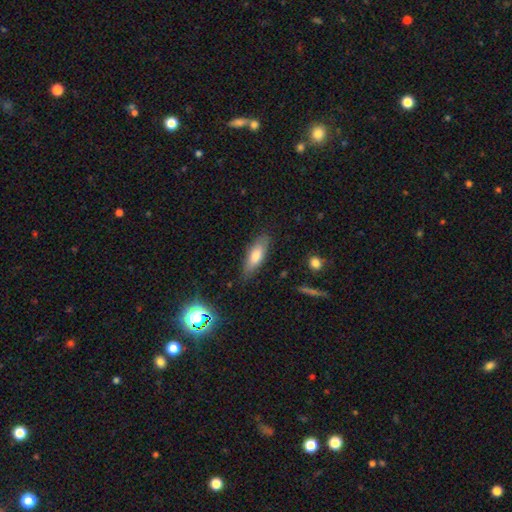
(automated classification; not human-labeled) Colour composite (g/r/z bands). It shows a smooth galaxy with no disk features (74%) that is in between round and cigar-shaped (62%). Merging: none (80%).